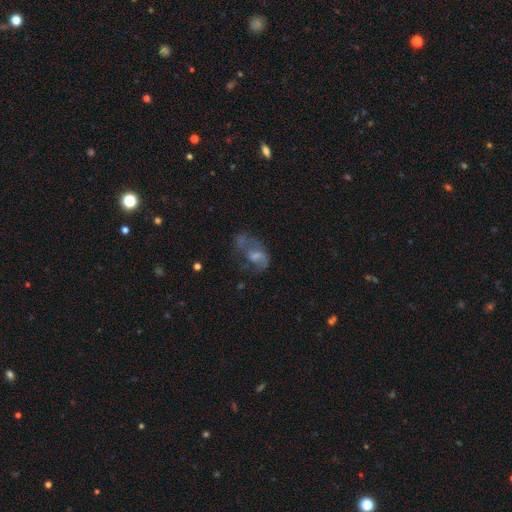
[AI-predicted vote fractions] Q: Smooth or featured?
A: featured or disk (54%); runner-up: smooth (28%)
Q: Edge-on disk?
A: no (95%); runner-up: yes (5%)
Q: Bar?
A: no (60%); runner-up: weak (33%)
Q: Spiral arms?
A: yes (52%); runner-up: no (48%)
Q: Bulge size?
A: moderate (37%); runner-up: small (34%)
Q: Merging?
A: none (38%); runner-up: major disturbance (32%)